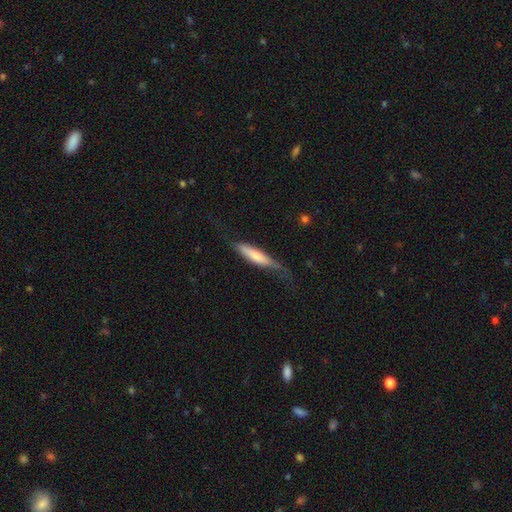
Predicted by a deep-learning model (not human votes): This appears to be a smooth galaxy with no disk features (62%) that is cigar-shaped (78%). Merging: none (52%).